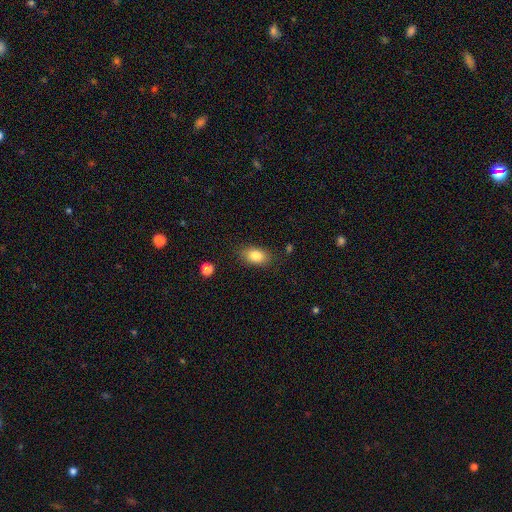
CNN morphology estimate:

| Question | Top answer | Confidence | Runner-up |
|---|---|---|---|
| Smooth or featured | smooth | 83% | featured or disk (8%) |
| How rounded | in between | 86% | round (11%) |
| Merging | none | 82% | minor disturbance (13%) |